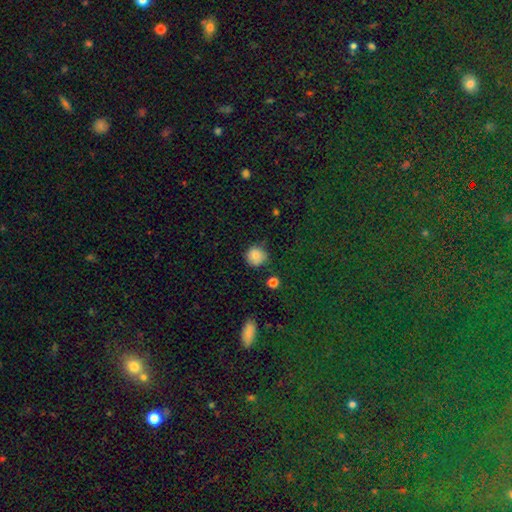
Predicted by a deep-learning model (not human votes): A smooth galaxy with no disk features (83%) that is round (92%).

Vote fractions:
- Smooth or featured? smooth: 83% / star or artifact: 10% / featured or disk: 6%
- How rounded? round: 92% / in between: 7% / cigar-shaped: 1%
- Merging? none: 77% / minor disturbance: 17% / major disturbance: 3% / merger: 2%